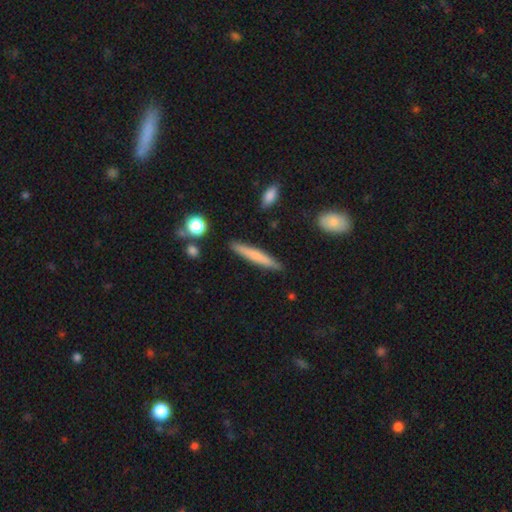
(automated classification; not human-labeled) Overall: smooth (64%; featured or disk 30%). How rounded: cigar-shaped (94%). Merging: none (88%).